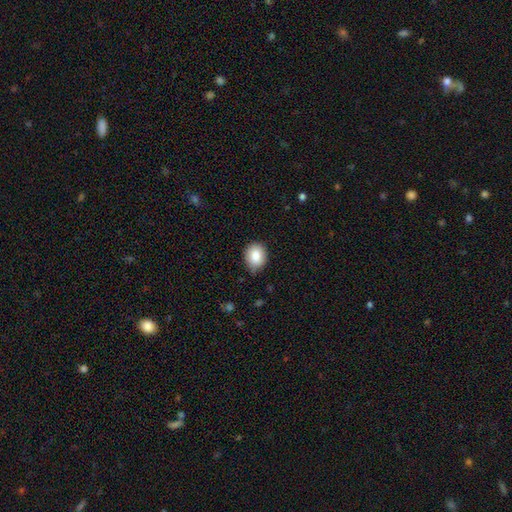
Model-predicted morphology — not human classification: Smooth or featured?
  - smooth: 85% *
  - star or artifact: 8%
  - featured or disk: 7%
How rounded?
  - round: 55% *
  - in between: 44%
  - cigar-shaped: 1%
Merging?
  - none: 78% *
  - minor disturbance: 18%
  - major disturbance: 3%
  - merger: 1%